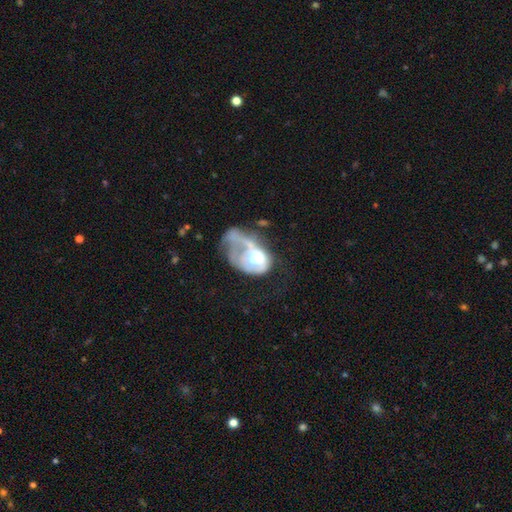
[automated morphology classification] The model was most divided on "bulge size": moderate: 40%, large: 39%, small: 7%, dominant: 7%, none: 7%. More confident: edge-on disk — no (97%); bar — no (81%); spiral arms — no (67%); merging — major disturbance (57%); smooth or featured — featured or disk (56%).